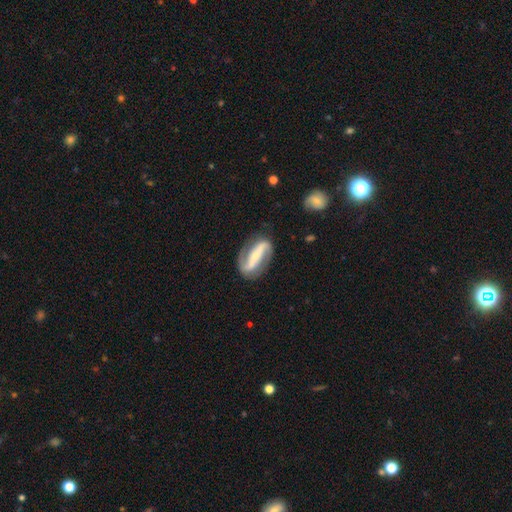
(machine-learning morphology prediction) smooth_or_featured: featured or disk (p=0.85) [alt: smooth p=0.11]
disk_edge_on: no (p=0.92) [alt: yes p=0.08]
bar: strong (p=0.73) [alt: weak p=0.15]
has_spiral_arms: yes (p=0.92) [alt: no p=0.08]
spiral_winding: loose (p=0.42) [alt: medium p=0.37]
spiral_arm_count: 2 (p=0.91) [alt: can't tell p=0.03]
bulge_size: small (p=0.59) [alt: moderate p=0.30]
merging: none (p=0.81) [alt: minor disturbance p=0.12]